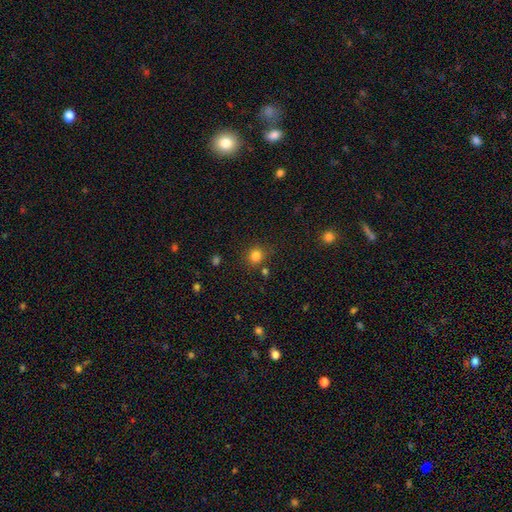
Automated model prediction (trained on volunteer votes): Smooth or featured: smooth — 81% (star or artifact — 14%)
How rounded: round — 83% (in between — 16%)
Merging: none — 79% (minor disturbance — 11%)